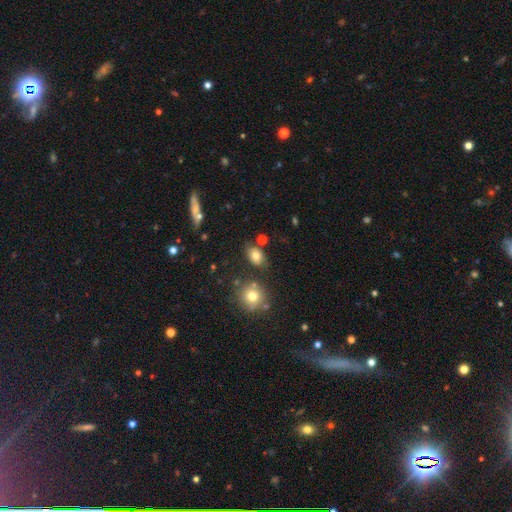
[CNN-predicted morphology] smooth 77%, star or artifact 12%, featured or disk 11%. Down the decision tree: how rounded — in between (78%); merging — none (75%).